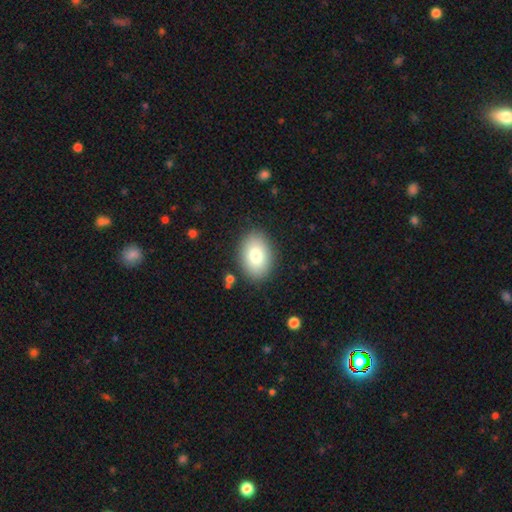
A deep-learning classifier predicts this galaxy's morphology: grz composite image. It shows a smooth galaxy with no disk features (80%) that is in between round and cigar-shaped (81%). Merging: none (88%).